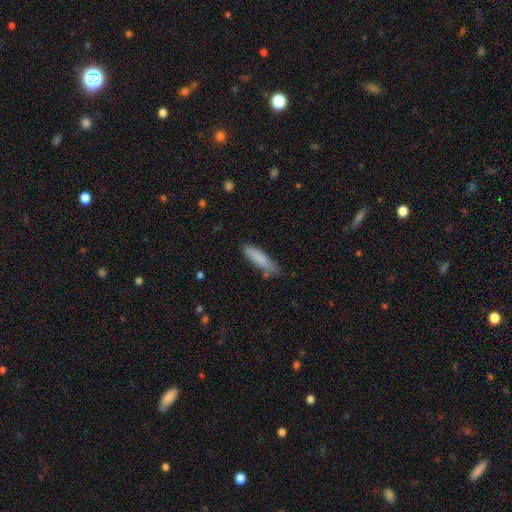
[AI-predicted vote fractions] This appears to be a smooth galaxy with no disk features (85%) that is cigar-shaped (71%). Merging: none (73%).